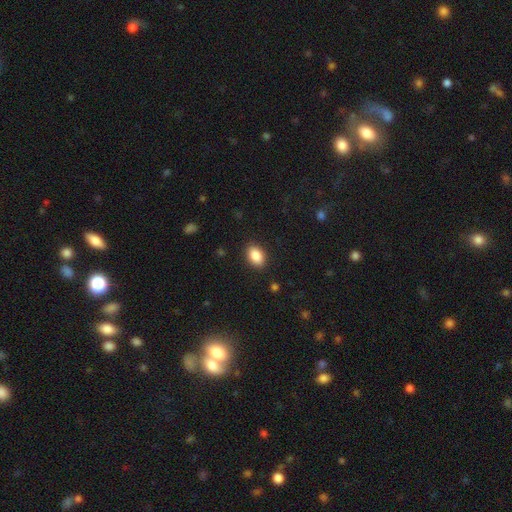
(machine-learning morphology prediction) Q: Smooth or featured?
A: smooth (87%); runner-up: star or artifact (8%)
Q: How rounded?
A: in between (85%); runner-up: round (13%)
Q: Merging?
A: none (89%); runner-up: minor disturbance (8%)